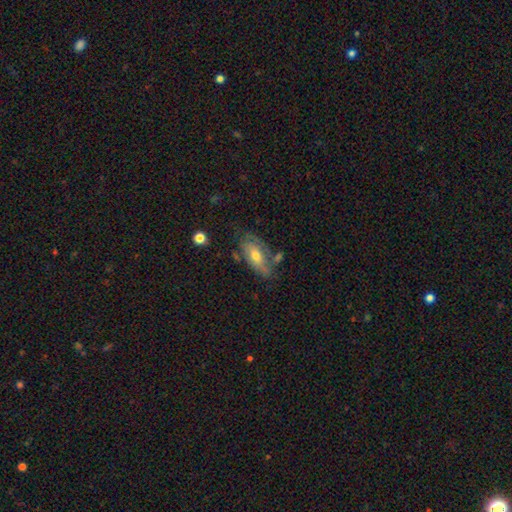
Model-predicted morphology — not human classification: This is possibly a smooth galaxy (47%). Merging: possibly none (54%).